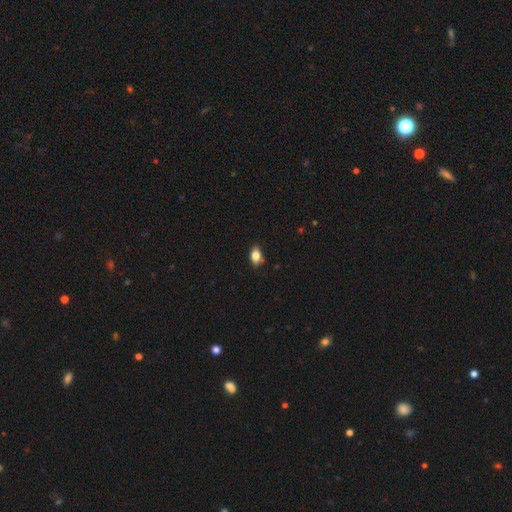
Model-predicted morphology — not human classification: Smooth or featured? smooth (81%)
How rounded? in between (85%)
Merging? none (81%)